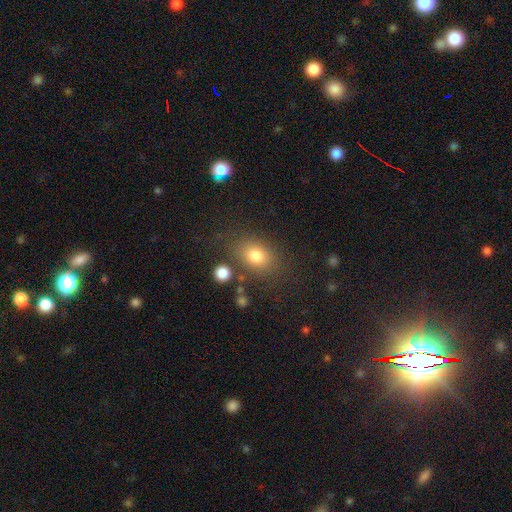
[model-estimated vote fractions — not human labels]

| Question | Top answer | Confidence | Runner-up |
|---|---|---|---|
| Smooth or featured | smooth | 78% | star or artifact (12%) |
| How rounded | in between | 67% | round (31%) |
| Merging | none | 75% | minor disturbance (13%) |